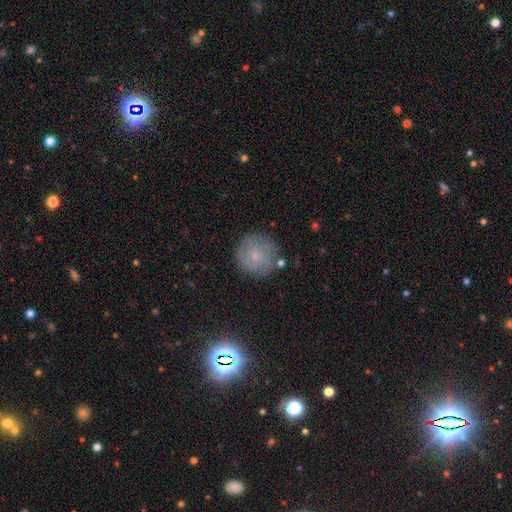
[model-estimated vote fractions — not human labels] smooth 46%, featured or disk 42%, star or artifact 11%. Down the decision tree: merging — none (79%).